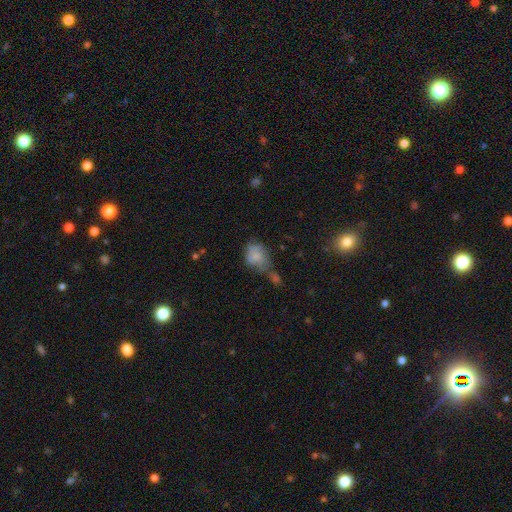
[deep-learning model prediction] A smooth galaxy with no disk features (67%) that is in between round and cigar-shaped (59%). Merging: none (29%).